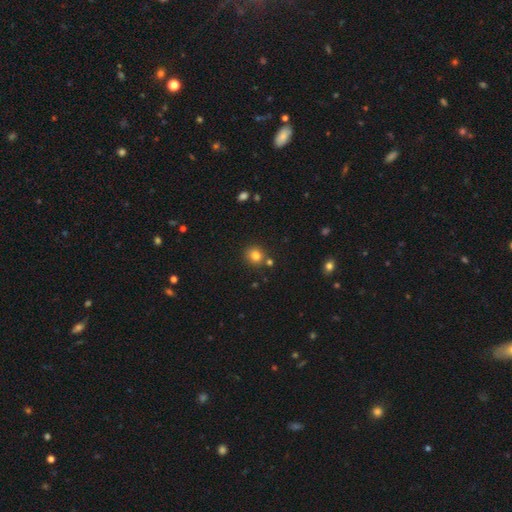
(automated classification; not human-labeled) smooth 80%, star or artifact 13%, featured or disk 7%. Down the decision tree: how rounded — round (84%); merging — none (78%).